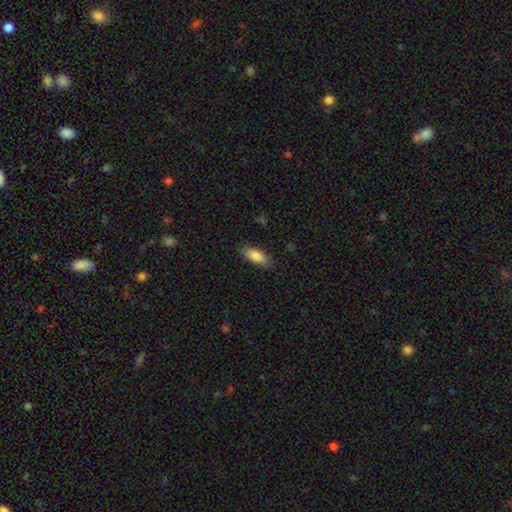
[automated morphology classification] Smooth or featured?
  - smooth: 86% *
  - featured or disk: 8%
  - star or artifact: 6%
How rounded?
  - in between: 79% *
  - cigar-shaped: 19%
  - round: 2%
Merging?
  - none: 84% *
  - minor disturbance: 12%
  - major disturbance: 3%
  - merger: 1%